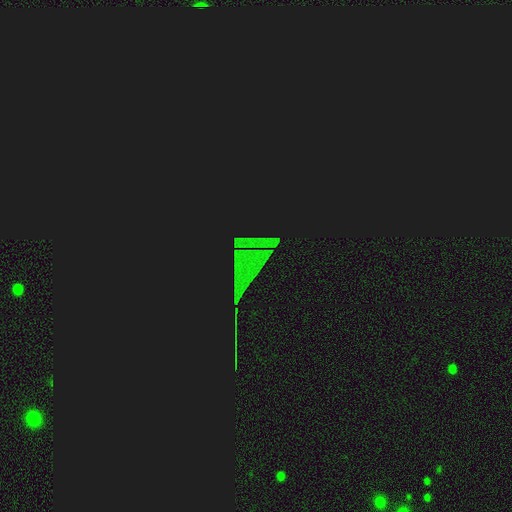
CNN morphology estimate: Overall: star or artifact (77%).